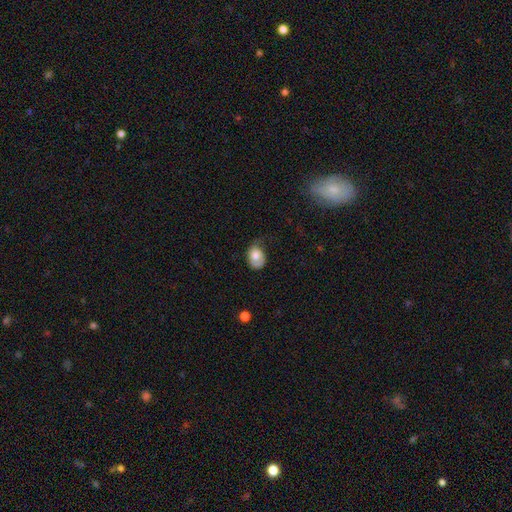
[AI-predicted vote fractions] A smooth galaxy with no disk features (70%) that is in between round and cigar-shaped (67%).

Vote fractions:
- Smooth or featured? smooth: 70% / featured or disk: 23% / star or artifact: 7%
- How rounded? in between: 67% / round: 32% / cigar-shaped: 1%
- Merging? minor disturbance: 37% / none: 35% / major disturbance: 26% / merger: 2%